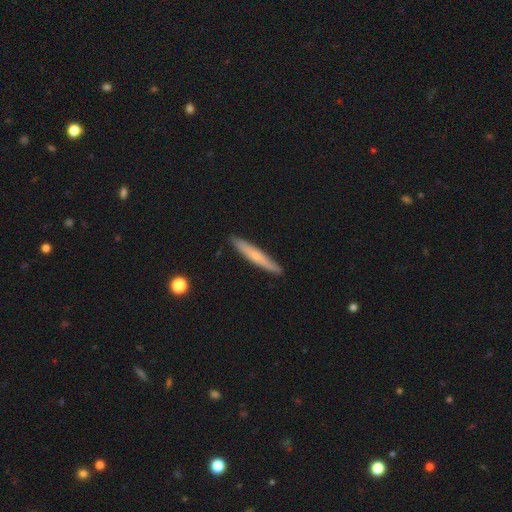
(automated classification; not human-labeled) This is possibly a smooth galaxy (59%). How rounded: clearly cigar-shaped (95%). Merging: clearly none (89%).